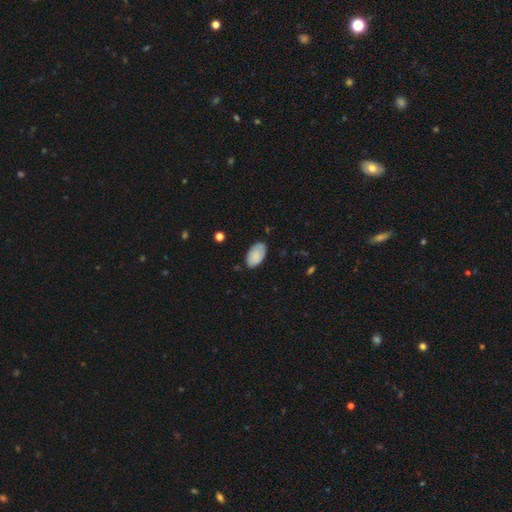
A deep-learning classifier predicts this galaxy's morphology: Smooth or featured: smooth — 80% (featured or disk — 13%)
How rounded: in between — 94% (round — 4%)
Merging: none — 77% (minor disturbance — 18%)